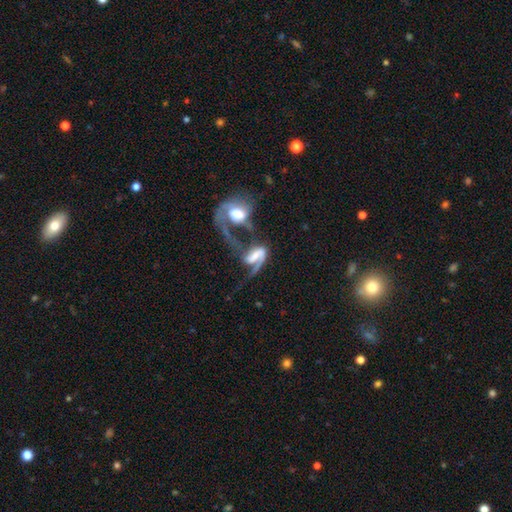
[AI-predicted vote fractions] smooth-or-featured: featured or disk: 75% | smooth: 17% | star or artifact: 8%
  disk-edge-on: no: 96% | yes: 4%
    bar: strong: 44% | weak: 32% | no: 24%
    has-spiral-arms: yes: 87% | no: 13%
      spiral-winding: loose: 57% | medium: 29% | tight: 14%
      spiral-arm-count: 2: 53% | 1: 39% | can't tell: 5% | 3: 1% | 4: 1% | more than 4: 1%
    bulge-size: moderate: 29% | none: 26% | small: 22% | large: 18% | dominant: 5%
  merging: merger: 59% | major disturbance: 23% | none: 12% | minor disturbance: 7%